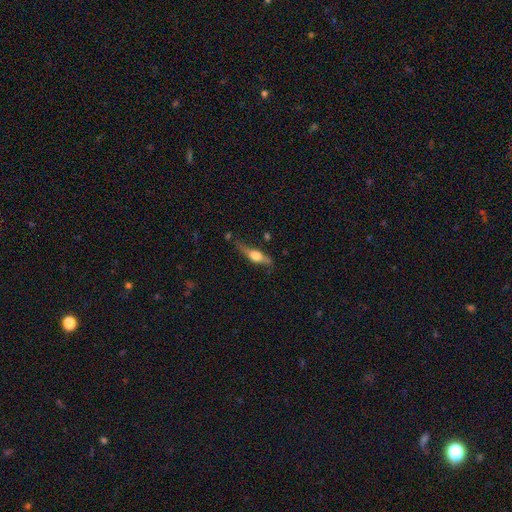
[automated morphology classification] The model was most divided on "smooth or featured": featured or disk: 57%, smooth: 37%, star or artifact: 6%. More confident: edge-on disk — yes (85%); merging — none (62%).